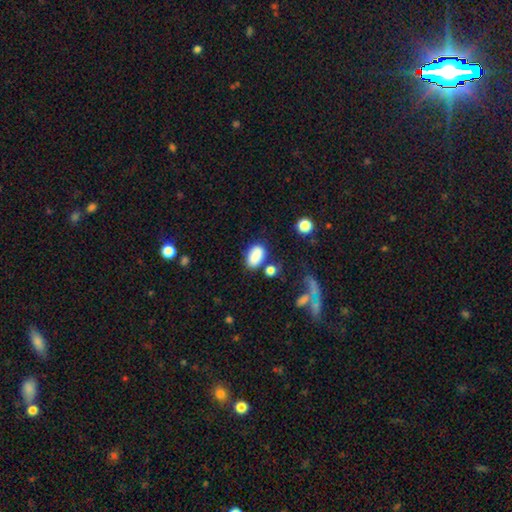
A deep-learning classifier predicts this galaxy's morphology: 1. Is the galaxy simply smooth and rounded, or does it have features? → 86% smooth, 8% star or artifact, 6% featured or disk.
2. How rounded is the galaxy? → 90% in between, 8% round, 2% cigar-shaped.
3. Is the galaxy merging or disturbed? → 68% none, 16% minor disturbance, 10% merger, 6% major disturbance.